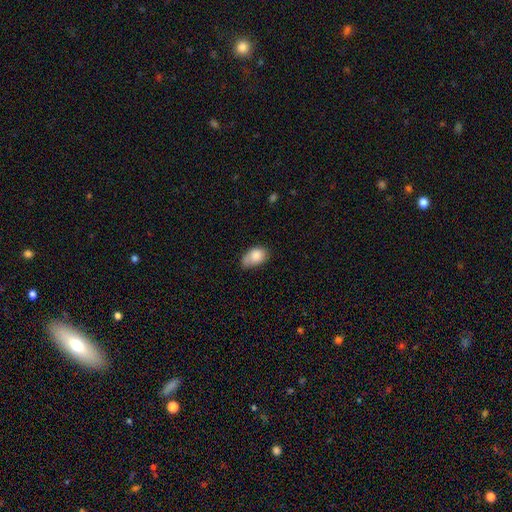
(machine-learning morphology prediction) This appears to be a smooth galaxy with no disk features (81%) that is in between round and cigar-shaped (88%). Merging: none (47%).